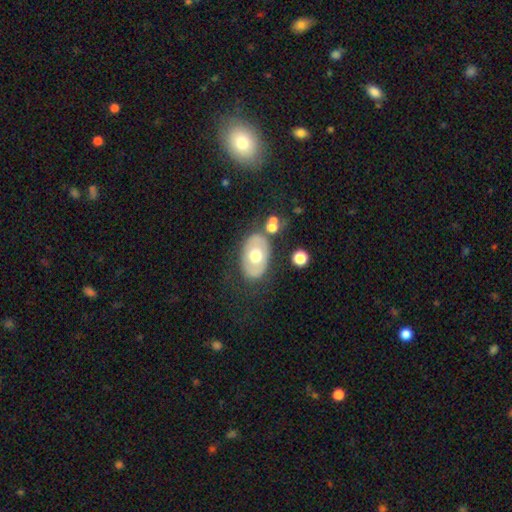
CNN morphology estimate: Smooth or featured? Predicted: smooth (p=0.53). How rounded? Predicted: in between (p=0.85). Merging? Predicted: none (p=0.75).